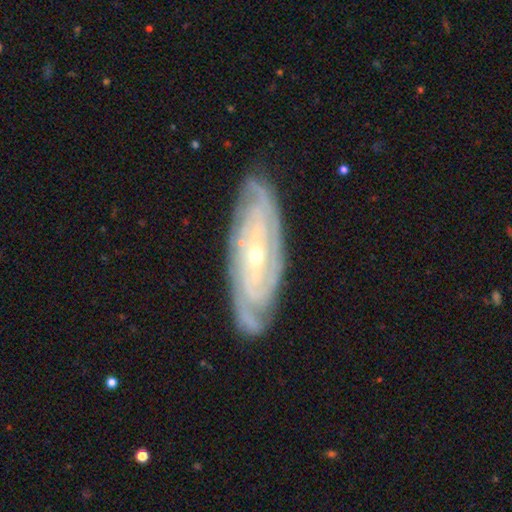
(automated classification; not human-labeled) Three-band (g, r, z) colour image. It shows a featured or disk galaxy (88%) with no bar (59%), tight (78%) spiral arms (97%) and a small central bulge (70%). Merging: none (82%).